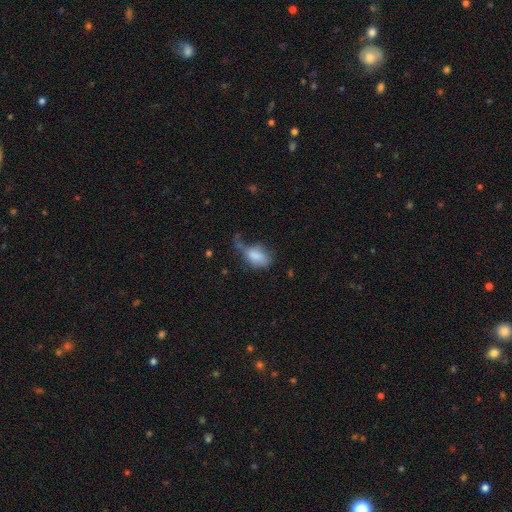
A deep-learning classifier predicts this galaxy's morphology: Smooth or featured: smooth — 77% (featured or disk — 15%)
How rounded: in between — 89% (round — 8%)
Merging: major disturbance — 43% (minor disturbance — 28%)